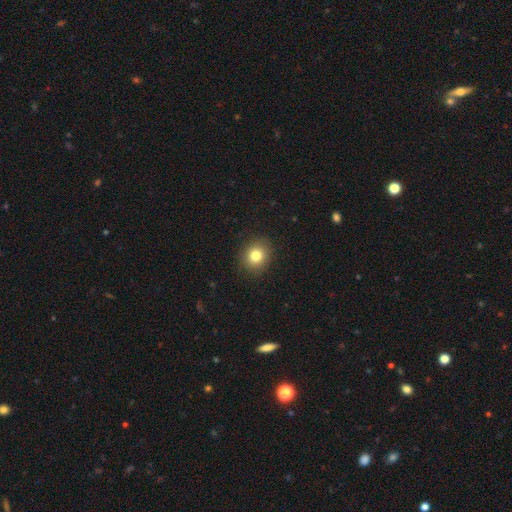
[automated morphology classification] type=smooth (81%); roundness=round (77%); merging=none (90%).